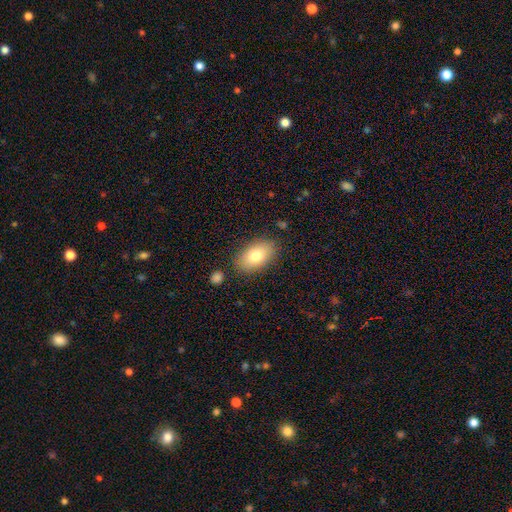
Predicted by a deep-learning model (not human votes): The model was most divided on "smooth or featured": smooth: 78%, featured or disk: 15%, star or artifact: 7%. More confident: how rounded — in between (92%); merging — none (84%).